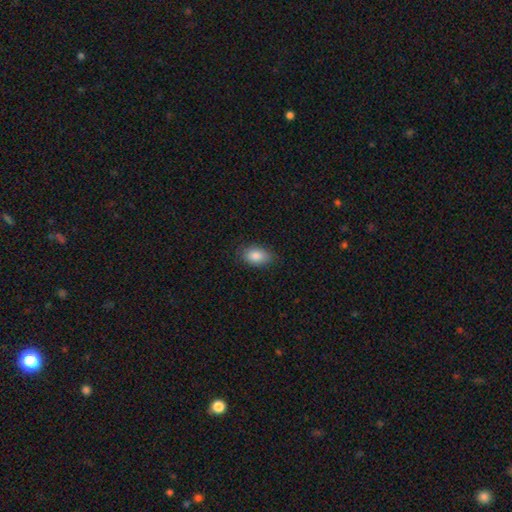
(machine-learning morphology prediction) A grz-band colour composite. It shows a smooth galaxy with no disk features (86%) that is in between round and cigar-shaped (90%). Merging: none (83%).